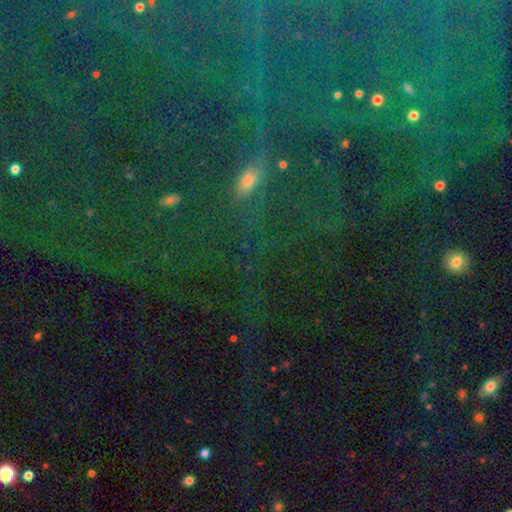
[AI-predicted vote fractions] star or artifact 61%, smooth 21%, featured or disk 18%.